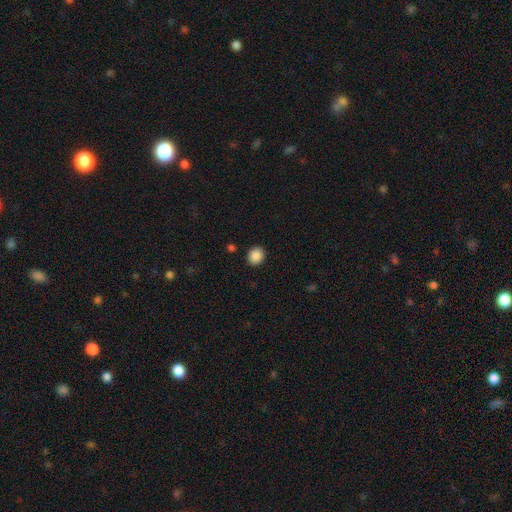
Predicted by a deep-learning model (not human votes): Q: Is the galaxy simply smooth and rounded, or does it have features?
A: smooth — 88%.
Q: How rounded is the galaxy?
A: round — 75%.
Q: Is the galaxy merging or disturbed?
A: none — 90%.